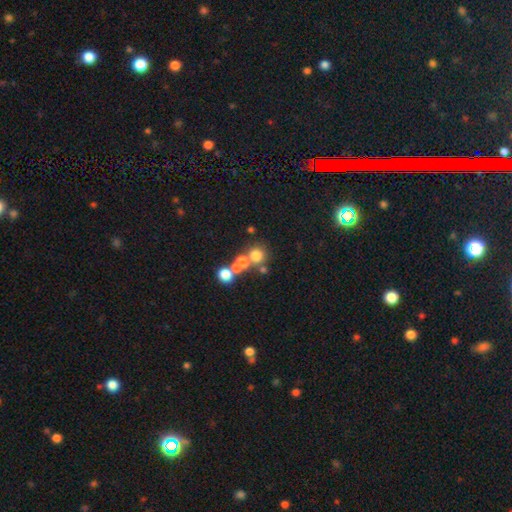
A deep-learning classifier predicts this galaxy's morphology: type=smooth (68%); roundness=round (89%); merging=none (54%).